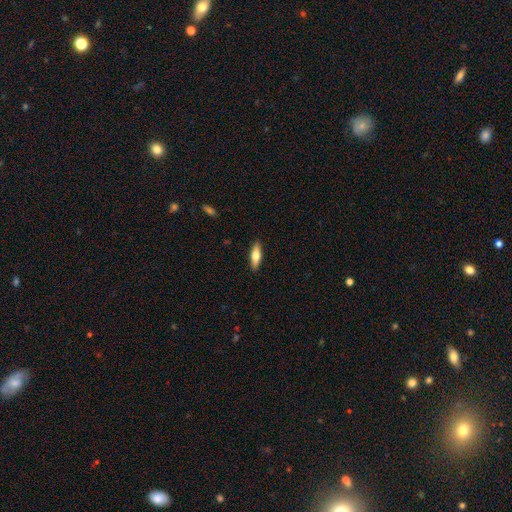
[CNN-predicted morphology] type=smooth (63%); roundness=cigar-shaped (51%); merging=none (90%).